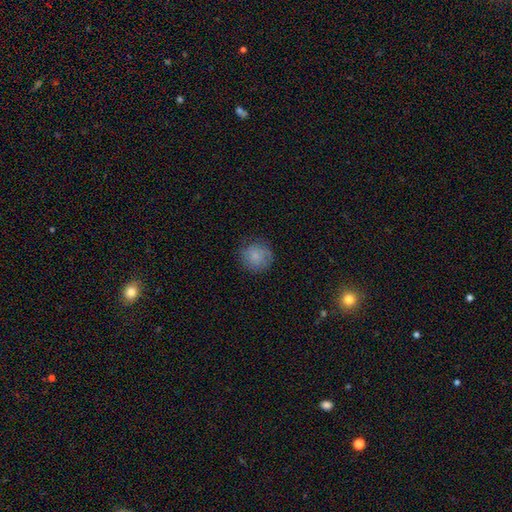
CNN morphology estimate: A smooth galaxy with no disk features (81%) that is round (92%).

Vote fractions:
- Smooth or featured? smooth: 81% / featured or disk: 11% / star or artifact: 9%
- How rounded? round: 92% / in between: 7% / cigar-shaped: 1%
- Merging? none: 80% / minor disturbance: 15% / major disturbance: 4% / merger: 1%